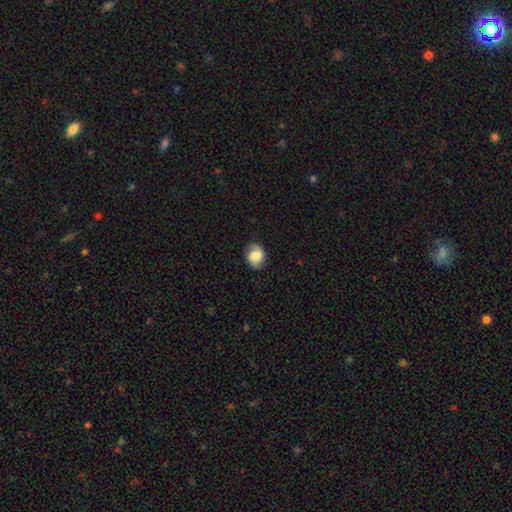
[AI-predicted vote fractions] Smooth or featured? smooth (51%)
How rounded? round (52%)
Merging? none (77%)